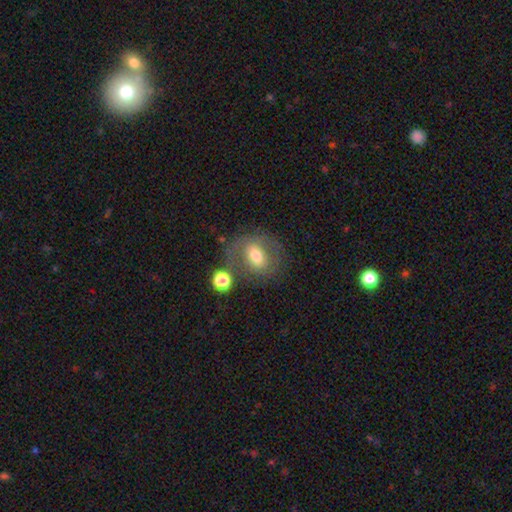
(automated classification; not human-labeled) Q: Smooth or featured?
A: smooth (52%); runner-up: featured or disk (38%)
Q: How rounded?
A: in between (53%); runner-up: round (46%)
Q: Merging?
A: none (59%); runner-up: minor disturbance (19%)